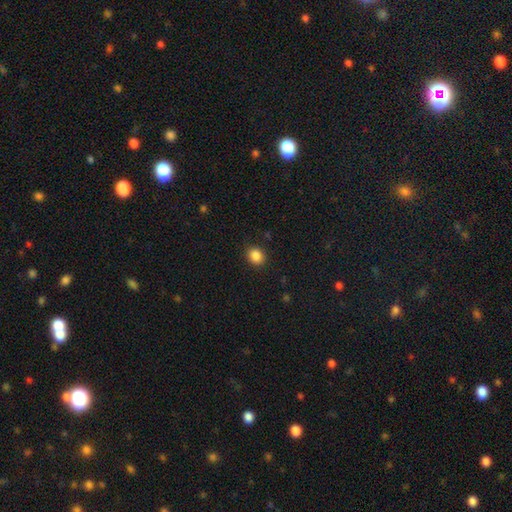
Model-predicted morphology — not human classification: A smooth galaxy with no disk features (87%) that is round (57%). Merging: none (89%).